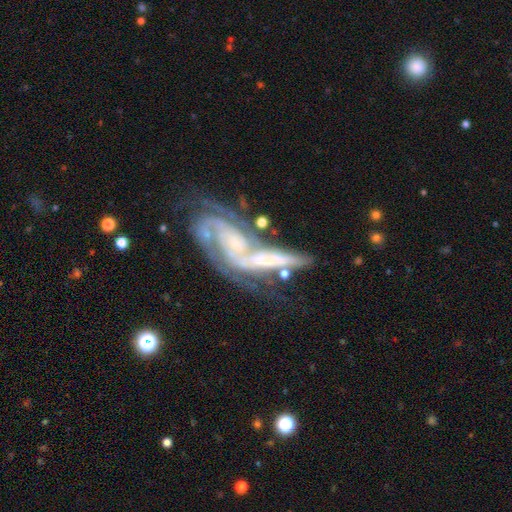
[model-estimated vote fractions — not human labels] Smooth or featured: featured or disk — 80% (smooth — 11%)
Edge-on disk: no — 84% (yes — 16%)
Bar: no — 50% (weak — 31%)
Spiral arms: yes — 89% (no — 11%)
Spiral winding: medium — 40% (tight — 39%)
Spiral arm count: 2 — 44% (can't tell — 25%)
Bulge size: small — 59% (moderate — 23%)
Merging: merger — 46% (none — 28%)